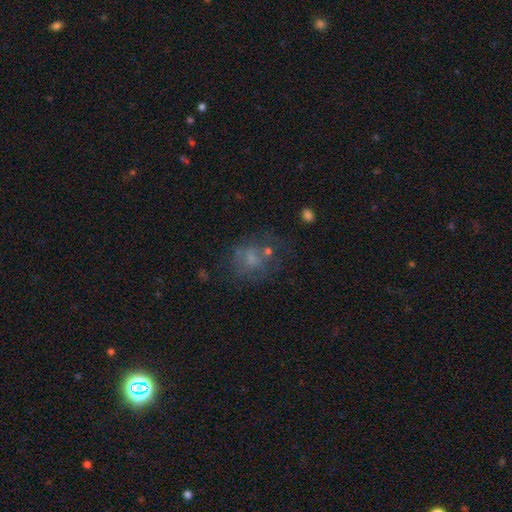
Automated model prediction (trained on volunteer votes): smooth 35%, star or artifact 34%, featured or disk 31%. Down the decision tree: merging — none (60%).